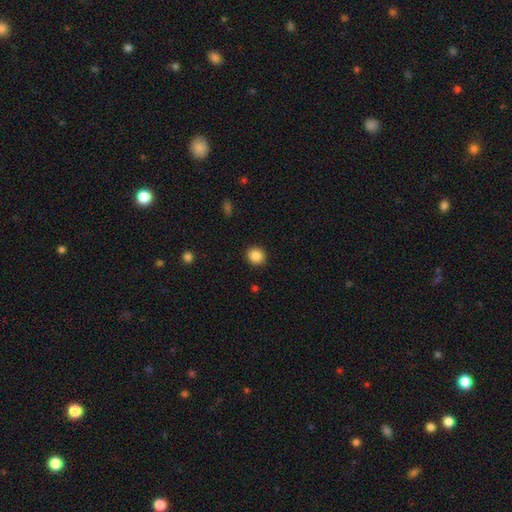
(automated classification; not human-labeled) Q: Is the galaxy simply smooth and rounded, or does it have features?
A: smooth — 86%.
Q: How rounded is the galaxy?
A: round — 88%.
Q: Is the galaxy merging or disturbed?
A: none — 91%.